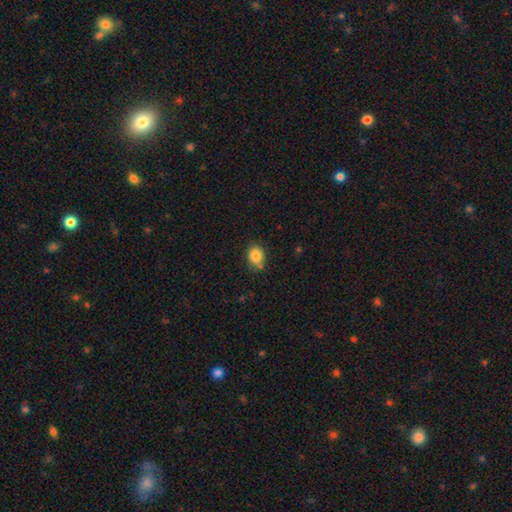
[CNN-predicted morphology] smooth 85%, star or artifact 10%, featured or disk 5%. Down the decision tree: how rounded — round (51%); merging — none (72%).